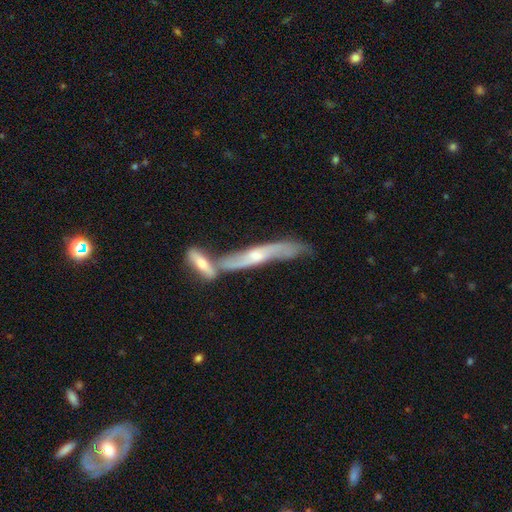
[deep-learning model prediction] smooth_or_featured: featured or disk (p=0.74) [alt: smooth p=0.18]
disk_edge_on: yes (p=0.78) [alt: no p=0.22]
edge_on_bulge: rounded (p=0.80) [alt: none p=0.14]
merging: none (p=0.43) [alt: merger p=0.38]